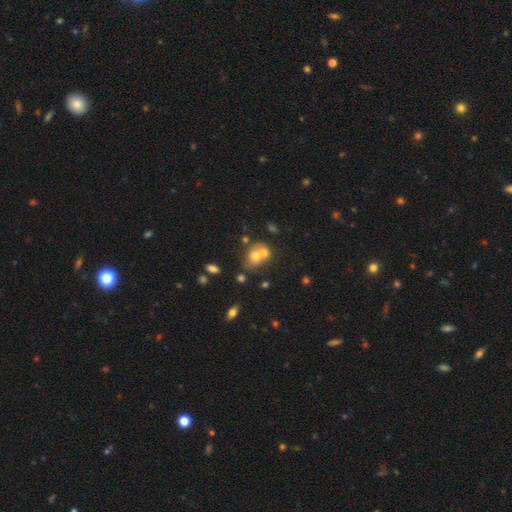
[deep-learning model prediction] This is likely a smooth galaxy (65%). How rounded: possibly round (57%). Merging: possibly merger (59%).